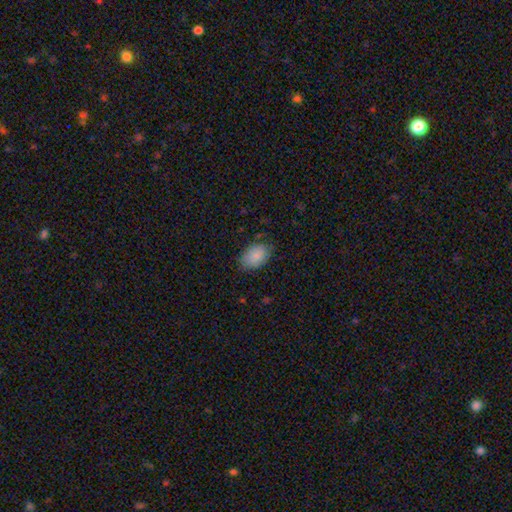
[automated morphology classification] type=smooth (87%); roundness=in between (85%); merging=none (76%).